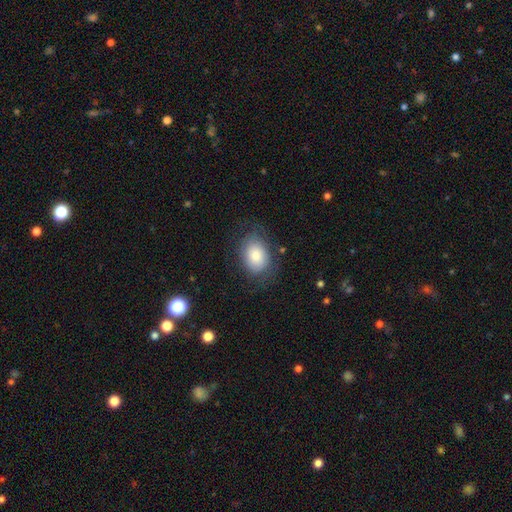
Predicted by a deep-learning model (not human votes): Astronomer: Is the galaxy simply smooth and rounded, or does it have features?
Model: smooth — 76%.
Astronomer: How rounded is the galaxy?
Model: in between — 71%.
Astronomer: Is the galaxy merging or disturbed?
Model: none — 68%.